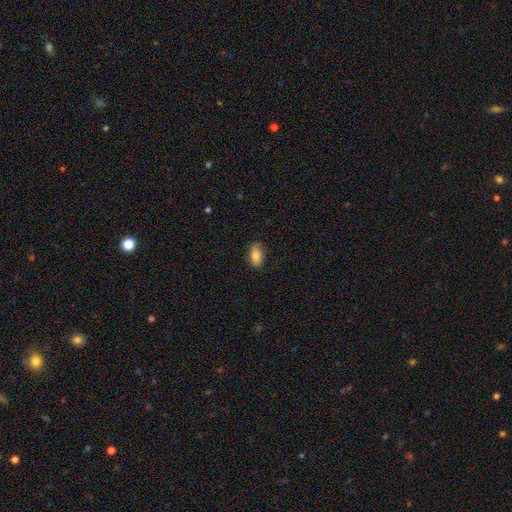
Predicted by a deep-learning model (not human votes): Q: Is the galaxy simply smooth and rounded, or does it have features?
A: smooth — 83%.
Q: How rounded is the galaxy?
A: in between — 89%.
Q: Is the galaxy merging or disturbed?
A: none — 80%.